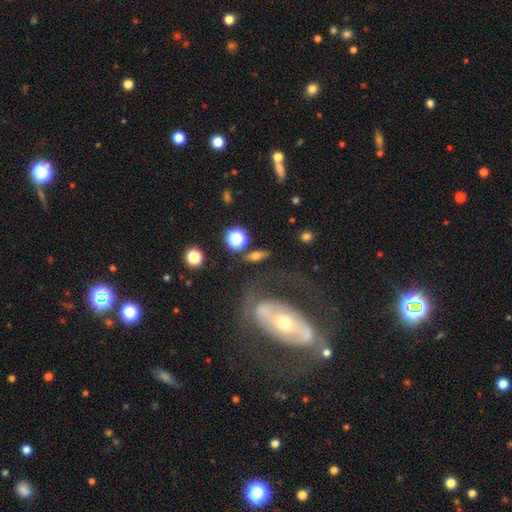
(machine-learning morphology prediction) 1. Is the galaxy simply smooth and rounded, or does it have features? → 56% smooth, 32% featured or disk, 13% star or artifact.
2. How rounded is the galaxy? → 58% in between, 23% cigar-shaped, 19% round.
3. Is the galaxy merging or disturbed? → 74% none, 13% minor disturbance, 7% merger, 7% major disturbance.